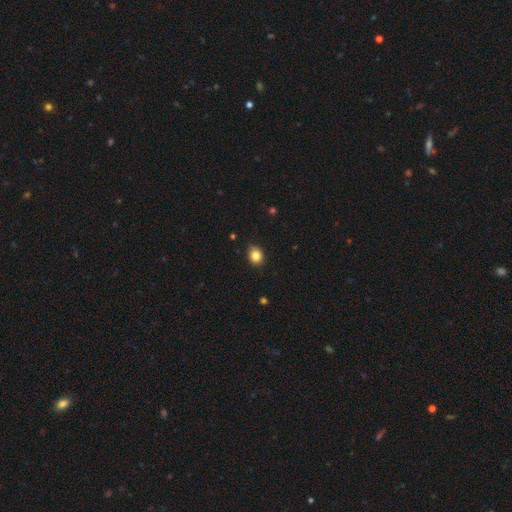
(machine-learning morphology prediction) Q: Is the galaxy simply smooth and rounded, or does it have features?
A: smooth — 84%.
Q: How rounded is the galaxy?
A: round — 56%.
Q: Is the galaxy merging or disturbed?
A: none — 82%.